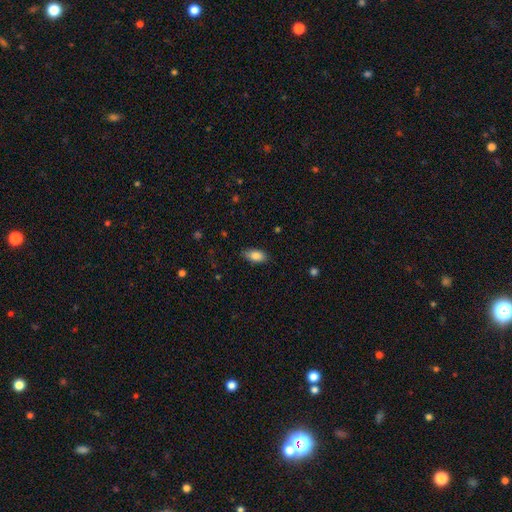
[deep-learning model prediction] This is clearly a smooth galaxy (86%). How rounded: clearly in between (89%). Merging: clearly none (82%).